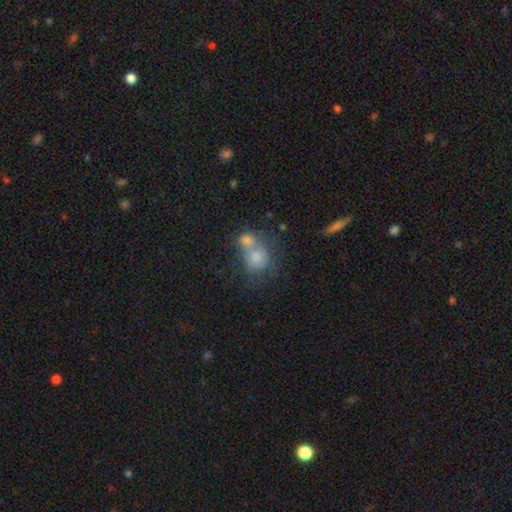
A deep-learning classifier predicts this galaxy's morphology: Smooth or featured?
  - smooth: 74% *
  - featured or disk: 16%
  - star or artifact: 11%
How rounded?
  - round: 69% *
  - in between: 30%
  - cigar-shaped: 1%
Merging?
  - merger: 58% *
  - none: 27%
  - minor disturbance: 10%
  - major disturbance: 6%